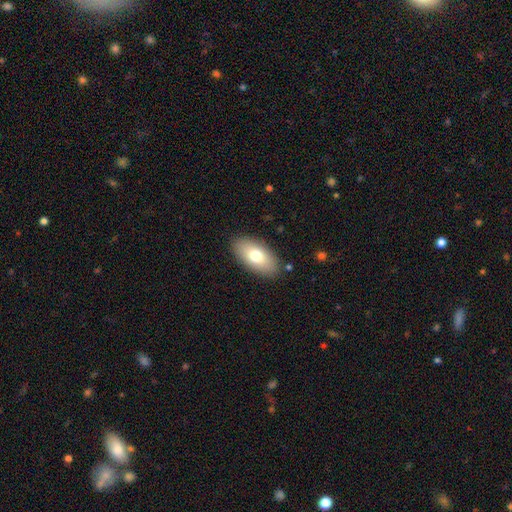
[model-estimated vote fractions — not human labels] Smooth or featured: smooth — 73% (featured or disk — 20%)
How rounded: in between — 93% (cigar-shaped — 4%)
Merging: none — 87% (minor disturbance — 9%)